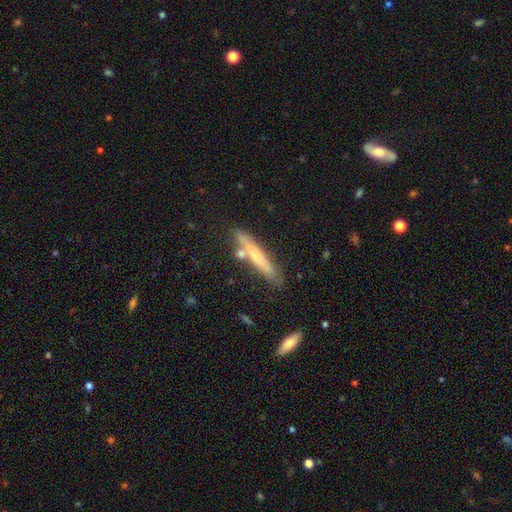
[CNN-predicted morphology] A smooth galaxy with no disk features (57%) that is cigar-shaped (92%).

Vote fractions:
- Smooth or featured? smooth: 57% / featured or disk: 36% / star or artifact: 7%
- How rounded? cigar-shaped: 92% / in between: 7% / round: 2%
- Merging? none: 74% / minor disturbance: 15% / merger: 8% / major disturbance: 3%